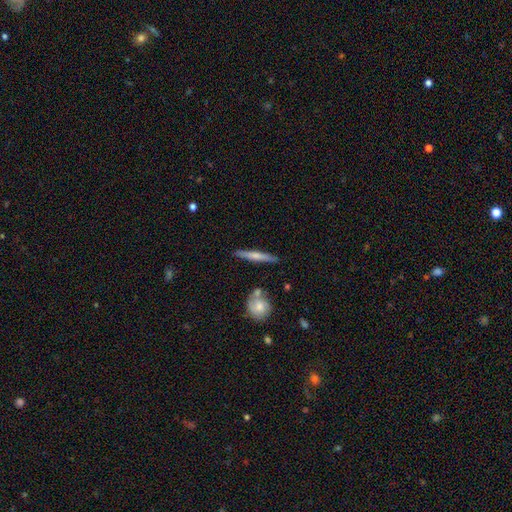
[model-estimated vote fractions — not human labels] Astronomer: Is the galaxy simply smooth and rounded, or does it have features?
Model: smooth — 49% (runner-up: featured or disk, 45%).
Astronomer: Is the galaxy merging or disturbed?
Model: none — 83%.